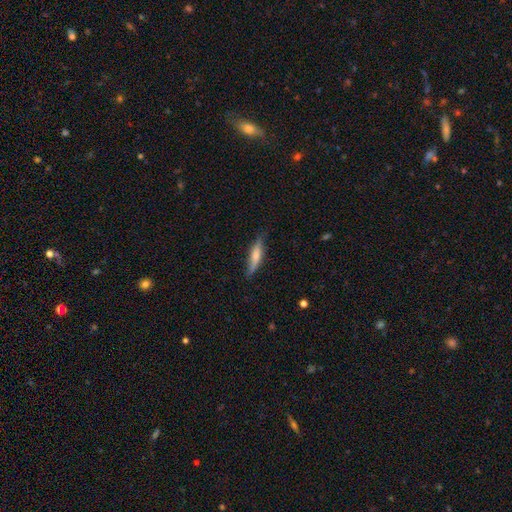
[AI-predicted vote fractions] A smooth galaxy with no disk features (61%) that is cigar-shaped (78%).

Vote fractions:
- Smooth or featured? smooth: 61% / featured or disk: 33% / star or artifact: 6%
- How rounded? cigar-shaped: 78% / in between: 20% / round: 2%
- Merging? none: 73% / minor disturbance: 22% / major disturbance: 4% / merger: 2%